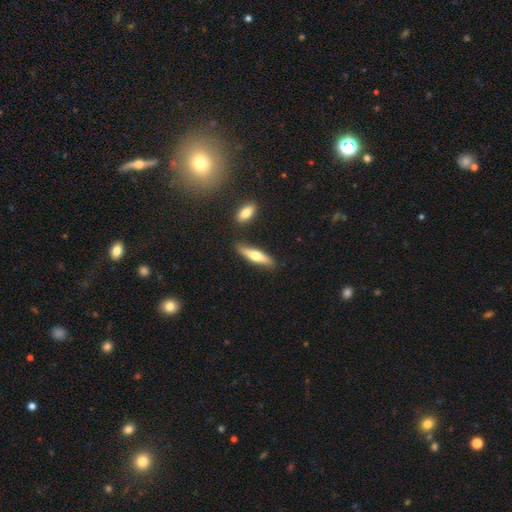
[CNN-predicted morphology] Smooth or featured? smooth (63%)
How rounded? cigar-shaped (74%)
Merging? none (77%)